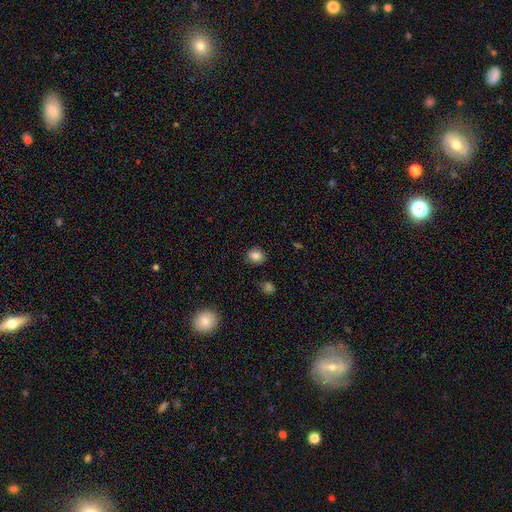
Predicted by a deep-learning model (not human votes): Smooth or featured?
  - smooth: 85% *
  - star or artifact: 10%
  - featured or disk: 5%
How rounded?
  - round: 72% *
  - in between: 27%
  - cigar-shaped: 1%
Merging?
  - none: 86% *
  - minor disturbance: 10%
  - major disturbance: 3%
  - merger: 2%